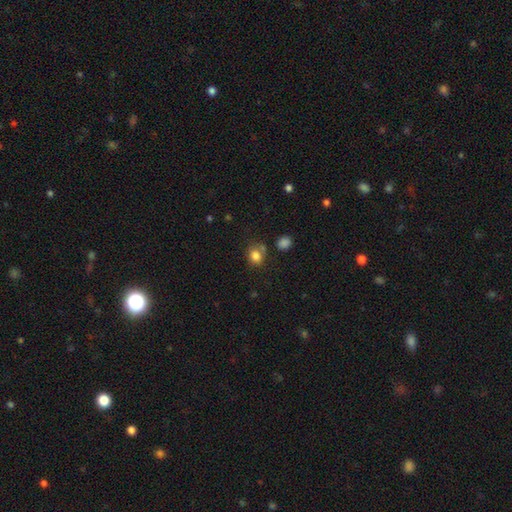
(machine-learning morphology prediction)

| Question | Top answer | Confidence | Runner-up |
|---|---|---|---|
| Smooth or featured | smooth | 81% | star or artifact (12%) |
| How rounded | round | 64% | in between (36%) |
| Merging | none | 63% | minor disturbance (17%) |